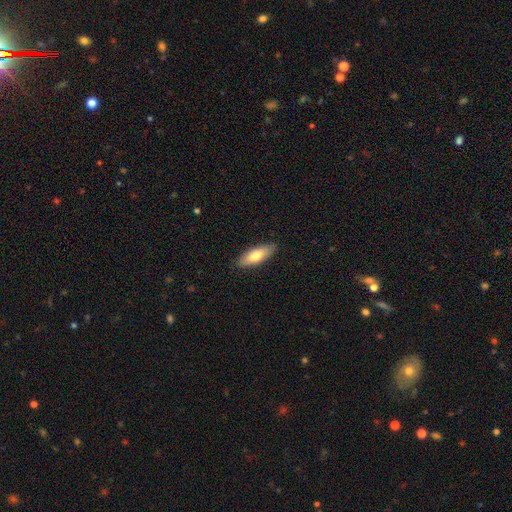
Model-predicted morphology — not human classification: Smooth or featured: smooth — 73% (featured or disk — 22%)
How rounded: in between — 61% (cigar-shaped — 37%)
Merging: none — 88% (minor disturbance — 10%)